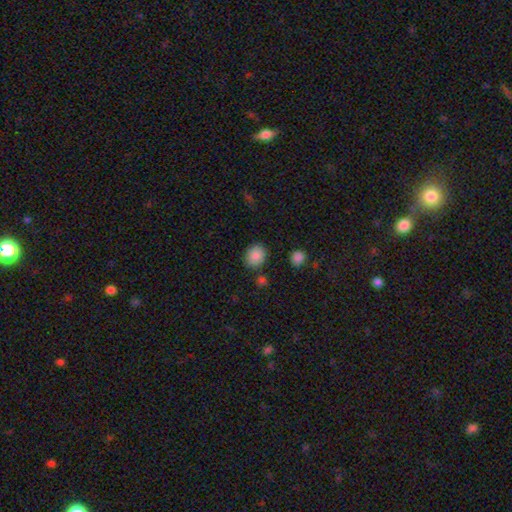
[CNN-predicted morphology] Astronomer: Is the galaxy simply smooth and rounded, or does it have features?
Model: smooth — 87%.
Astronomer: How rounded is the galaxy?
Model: round — 61% (runner-up: in between, 38%).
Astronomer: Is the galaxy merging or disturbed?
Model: none — 82%.